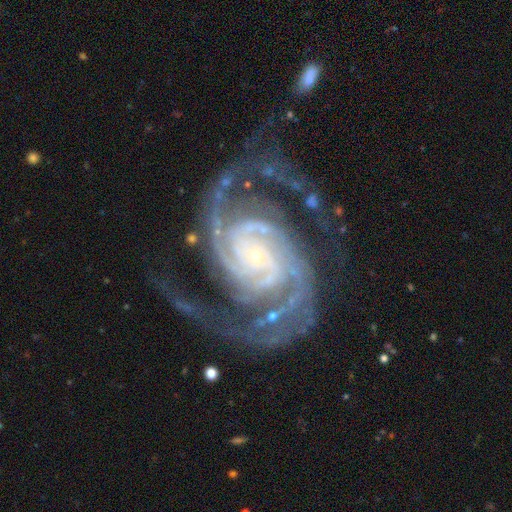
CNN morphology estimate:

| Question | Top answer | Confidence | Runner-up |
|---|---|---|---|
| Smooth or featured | featured or disk | 94% | star or artifact (4%) |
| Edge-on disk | no | 98% | yes (2%) |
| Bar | no | 68% | weak (19%) |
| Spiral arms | yes | 99% | no (1%) |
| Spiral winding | tight | 53% | medium (40%) |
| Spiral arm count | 2 | 61% | 3 (16%) |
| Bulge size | small | 86% | moderate (9%) |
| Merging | none | 66% | major disturbance (16%) |